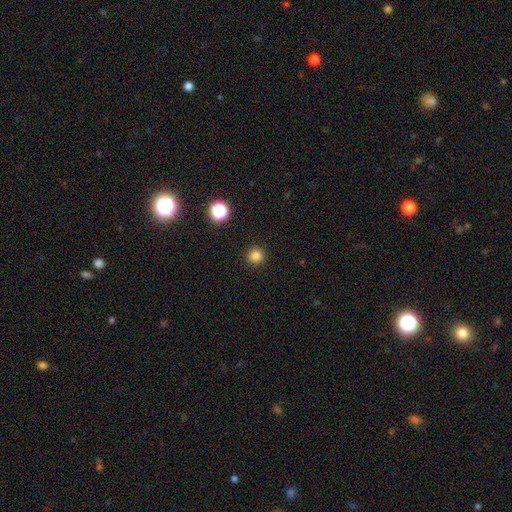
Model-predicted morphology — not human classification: This appears to be a smooth galaxy with no disk features (82%) that is round (96%). Merging: none (92%).